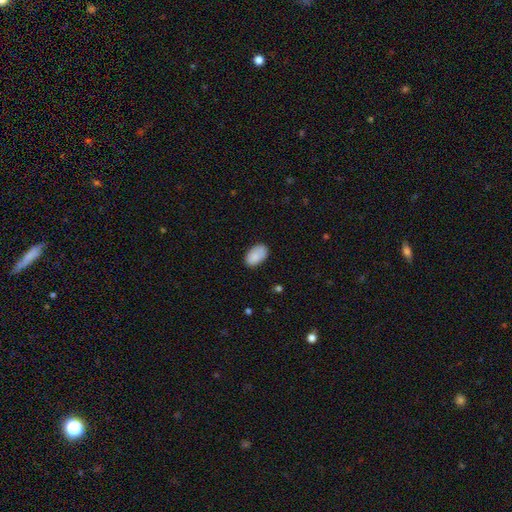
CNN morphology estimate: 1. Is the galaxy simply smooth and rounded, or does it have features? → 88% smooth, 6% star or artifact, 6% featured or disk.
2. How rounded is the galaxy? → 94% in between, 5% round, 1% cigar-shaped.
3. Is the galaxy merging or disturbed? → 81% none, 15% minor disturbance, 3% major disturbance, 1% merger.